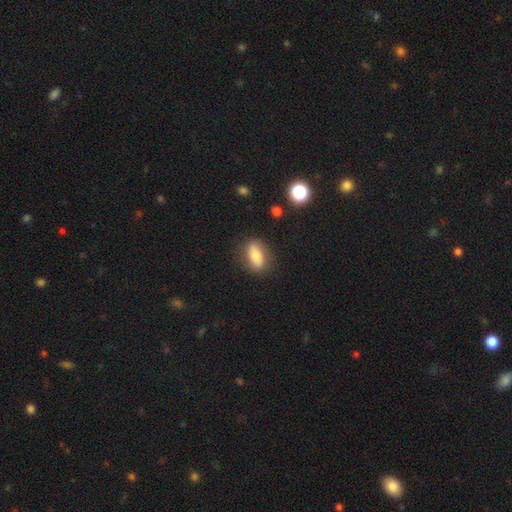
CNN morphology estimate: Smooth or featured? smooth (66%)
How rounded? in between (77%)
Merging? none (83%)